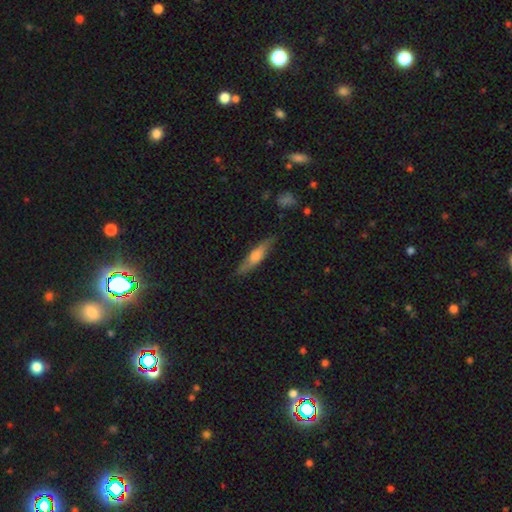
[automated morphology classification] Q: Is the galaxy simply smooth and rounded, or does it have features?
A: smooth — 50%.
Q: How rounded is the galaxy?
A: cigar-shaped — 78%.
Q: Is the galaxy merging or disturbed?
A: none — 81%.